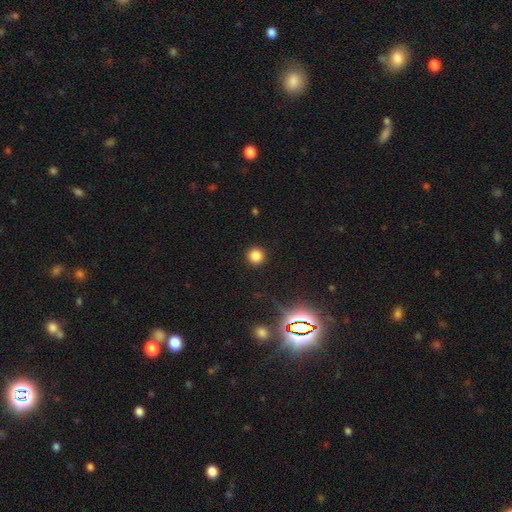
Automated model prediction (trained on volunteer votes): smooth-or-featured: smooth: 82% | star or artifact: 14% | featured or disk: 4%
  how-rounded: round: 95% | in between: 4% | cigar-shaped: 1%
  merging: none: 92% | minor disturbance: 5% | major disturbance: 2% | merger: 1%